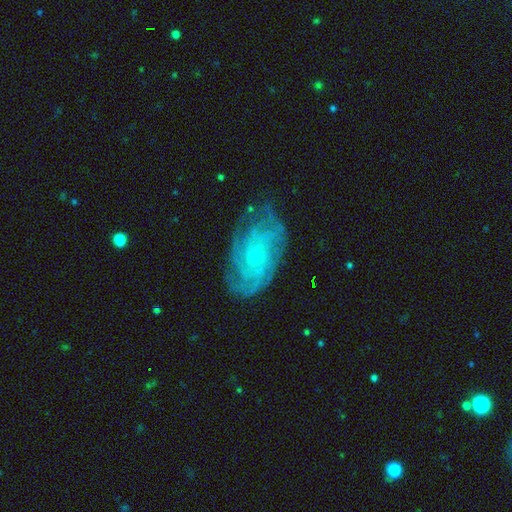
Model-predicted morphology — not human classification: This is clearly a featured or disk galaxy (83%). It is clearly not viewed edge-on (96%). Bar: likely no (76%). Spiral arm pattern: clearly yes (95%). Spiral arm count: marginally can't tell (36%). Spiral winding: likely tight (69%). Central bulge: clearly small (84%). Merging: likely none (71%).